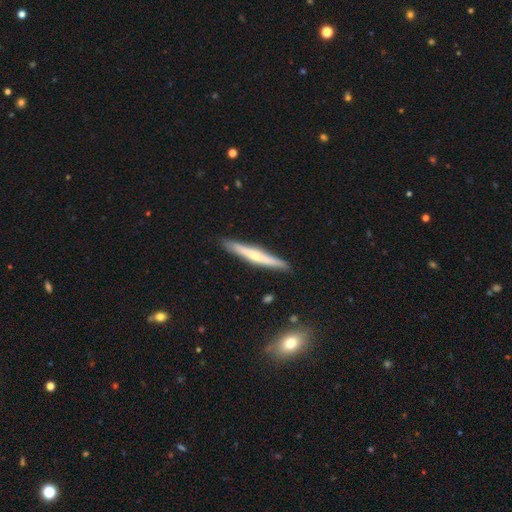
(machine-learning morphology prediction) This is possibly a featured or disk galaxy (50%). It is clearly viewed edge-on (95%). Merging: clearly none (89%).